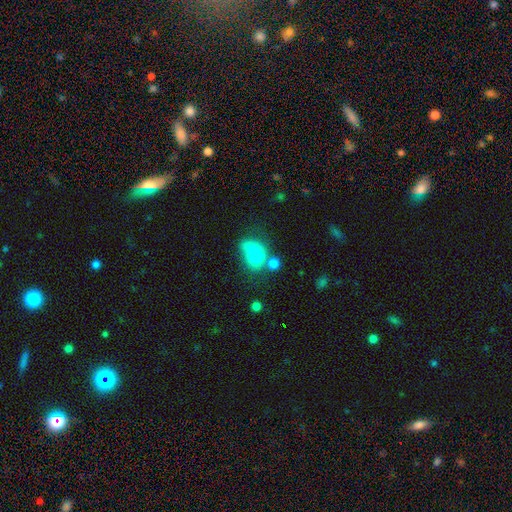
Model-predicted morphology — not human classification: Smooth or featured? smooth (69%)
How rounded? round (50%)
Merging? merger (39%)